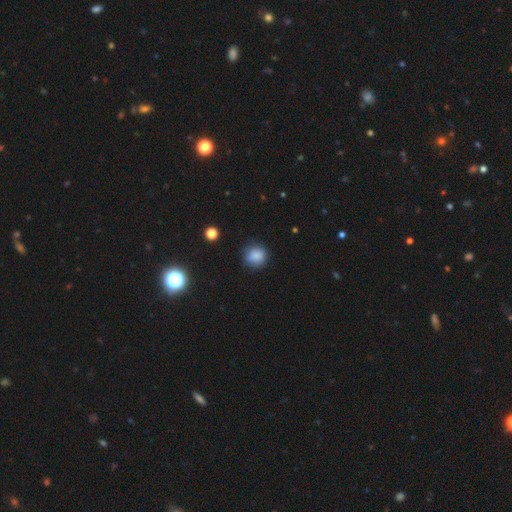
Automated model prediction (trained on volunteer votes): The model was most divided on "merging": none: 80%, minor disturbance: 15%, major disturbance: 4%, merger: 1%. More confident: smooth or featured — smooth (84%); how rounded — round (83%).